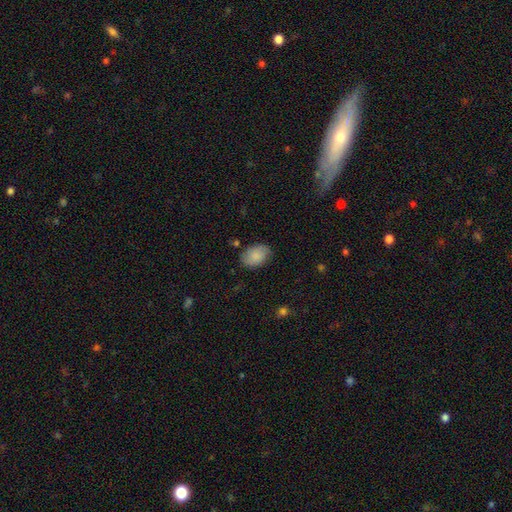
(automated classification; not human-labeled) Smooth or featured? Predicted: smooth (p=0.85). How rounded? Predicted: in between (p=0.84). Merging? Predicted: none (p=0.77).